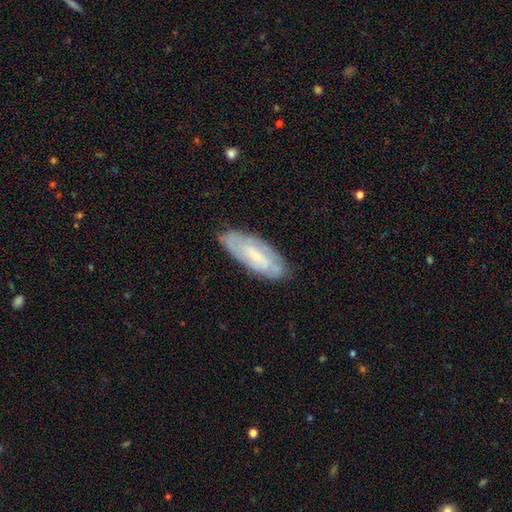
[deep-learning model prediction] Smooth or featured: featured or disk — 63% (smooth — 31%)
Edge-on disk: no — 87% (yes — 13%)
Bar: no — 44% (weak — 42%)
Spiral arms: yes — 80% (no — 20%)
Bulge size: small — 71% (moderate — 21%)
Merging: none — 80% (minor disturbance — 15%)